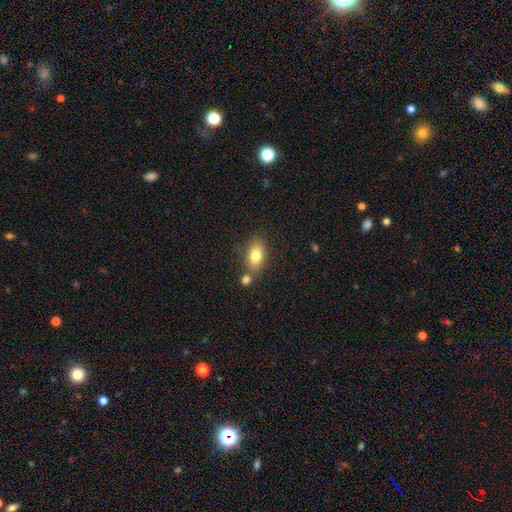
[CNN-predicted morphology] Q: Smooth or featured?
A: smooth (79%); runner-up: featured or disk (13%)
Q: How rounded?
A: in between (83%); runner-up: round (12%)
Q: Merging?
A: none (63%); runner-up: merger (19%)